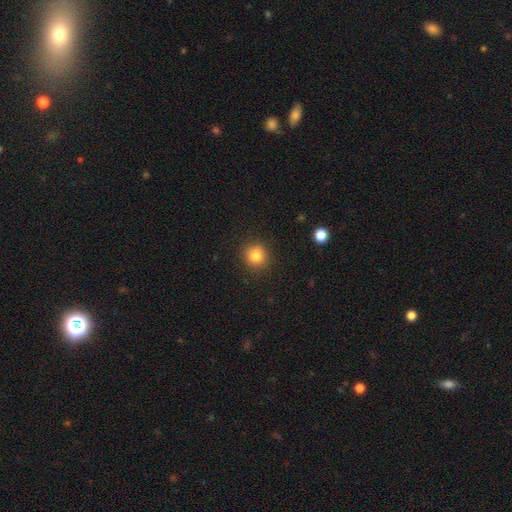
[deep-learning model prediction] Q: Smooth or featured?
A: smooth (83%); runner-up: star or artifact (11%)
Q: How rounded?
A: round (90%); runner-up: in between (9%)
Q: Merging?
A: none (89%); runner-up: minor disturbance (7%)